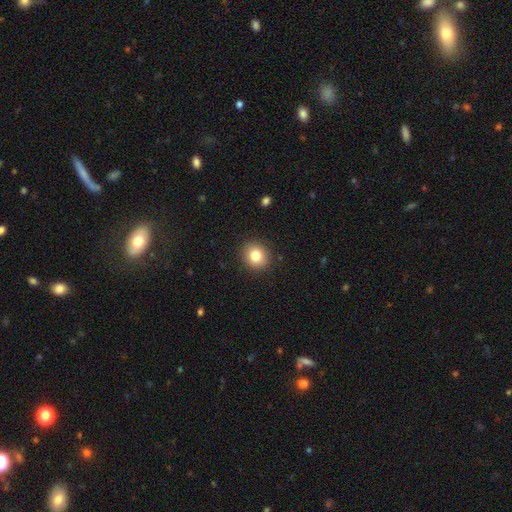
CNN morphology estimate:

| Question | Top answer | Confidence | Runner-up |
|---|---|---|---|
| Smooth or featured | smooth | 82% | star or artifact (10%) |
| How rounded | round | 83% | in between (16%) |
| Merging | none | 90% | minor disturbance (7%) |